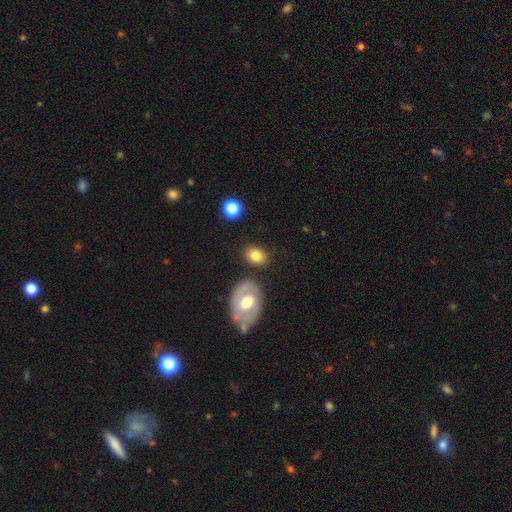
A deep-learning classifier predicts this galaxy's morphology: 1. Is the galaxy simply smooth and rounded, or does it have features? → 78% smooth, 14% featured or disk, 9% star or artifact.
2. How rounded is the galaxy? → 69% in between, 30% round, 1% cigar-shaped.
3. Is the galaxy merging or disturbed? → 78% none, 12% minor disturbance, 6% merger, 4% major disturbance.